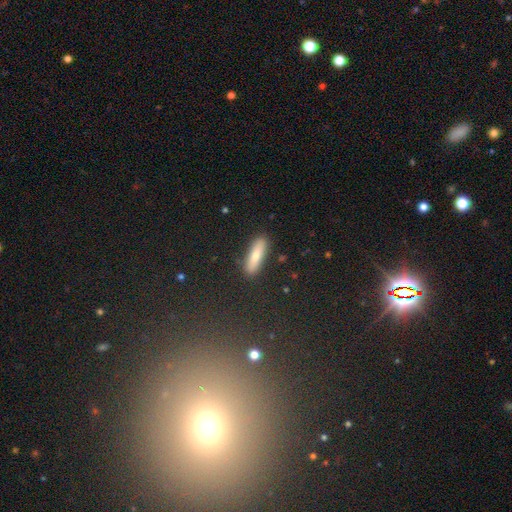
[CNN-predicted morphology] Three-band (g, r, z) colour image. It shows a smooth galaxy with no disk features (76%) that is cigar-shaped (61%). Merging: none (88%).